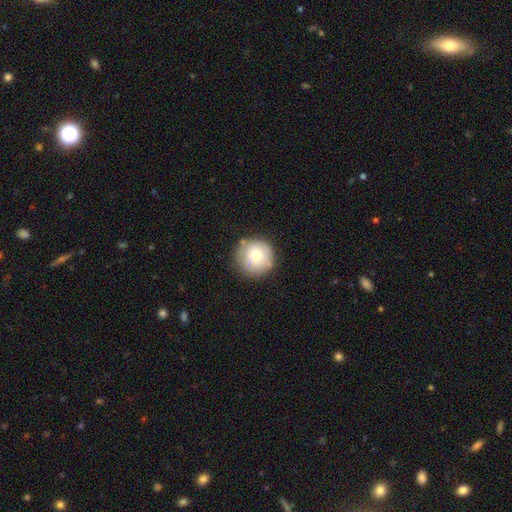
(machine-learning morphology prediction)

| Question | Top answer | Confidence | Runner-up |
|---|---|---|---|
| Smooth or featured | smooth | 74% | featured or disk (18%) |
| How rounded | round | 95% | in between (4%) |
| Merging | none | 77% | minor disturbance (15%) |